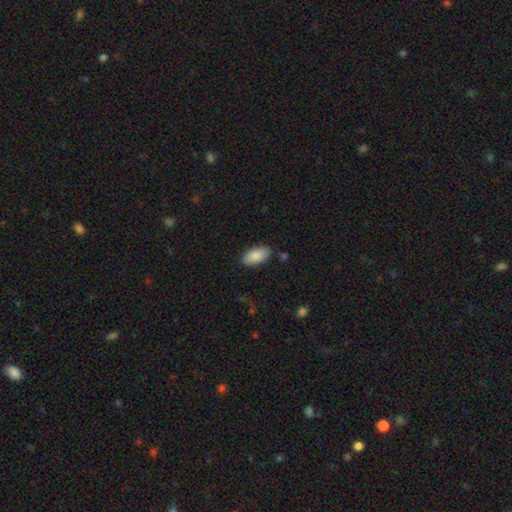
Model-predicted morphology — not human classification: Smooth or featured? Predicted: smooth (p=0.87). How rounded? Predicted: in between (p=0.94). Merging? Predicted: none (p=0.85).